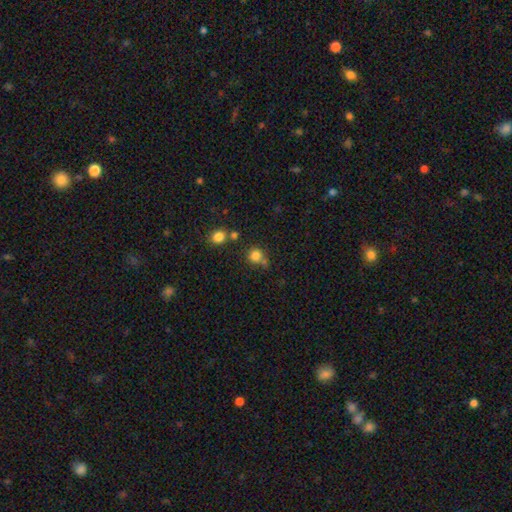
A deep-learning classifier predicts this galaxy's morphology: type=smooth (80%); roundness=round (89%); merging=none (62%).